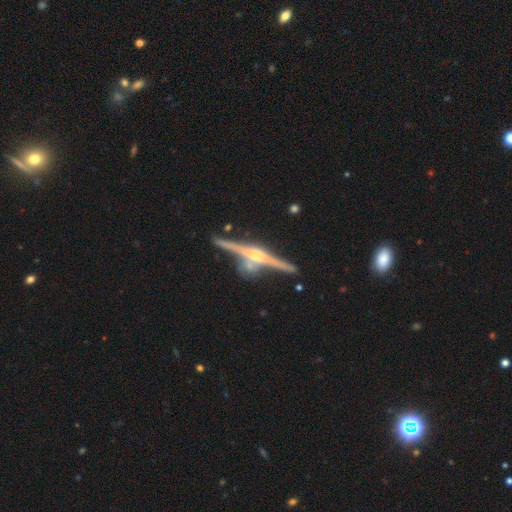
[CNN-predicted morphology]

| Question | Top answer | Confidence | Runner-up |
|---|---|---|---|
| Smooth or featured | featured or disk | 88% | smooth (6%) |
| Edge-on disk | yes | 98% | no (2%) |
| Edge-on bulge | rounded | 88% | boxy (8%) |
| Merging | none | 78% | minor disturbance (11%) |